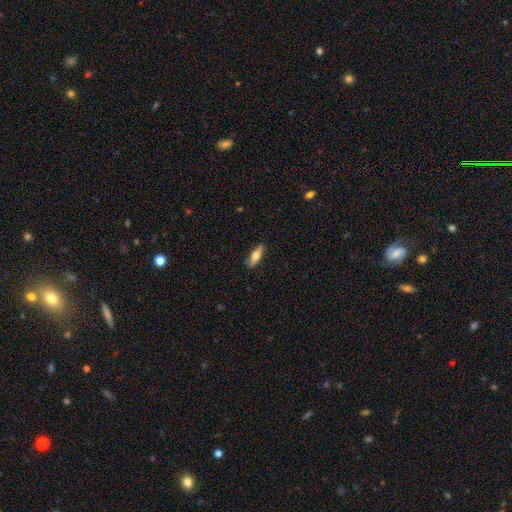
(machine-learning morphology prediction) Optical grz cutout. It shows a smooth galaxy with no disk features (61%) that is in between round and cigar-shaped (49%). Merging: none (85%).